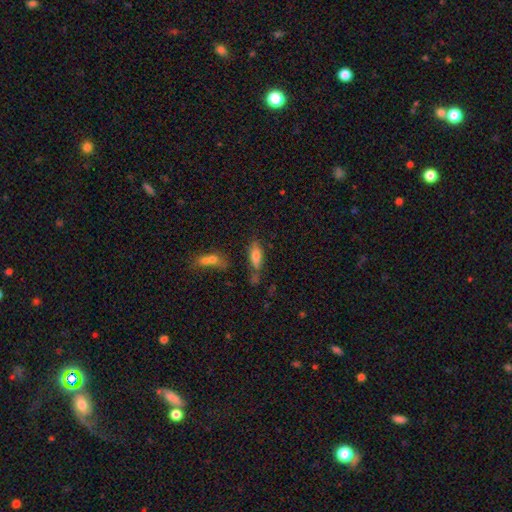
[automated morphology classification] This appears to be a smooth galaxy with no disk features (73%) that is in between round and cigar-shaped (68%). Merging: none (57%).